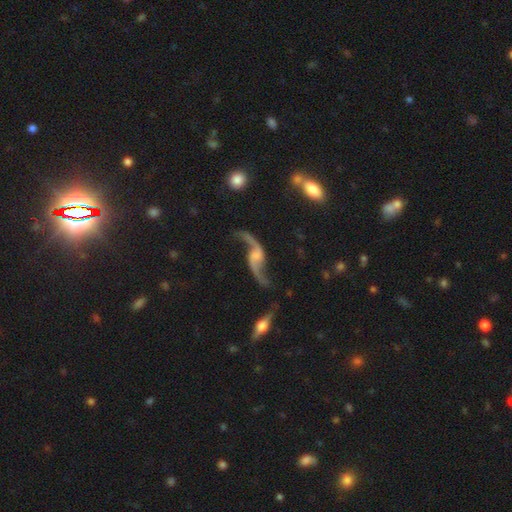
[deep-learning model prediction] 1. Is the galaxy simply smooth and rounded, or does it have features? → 91% featured or disk, 5% star or artifact, 4% smooth.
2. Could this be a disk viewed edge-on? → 94% no, 6% yes.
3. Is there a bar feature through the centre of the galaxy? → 55% no, 34% weak, 11% strong.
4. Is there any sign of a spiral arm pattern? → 97% yes, 3% no.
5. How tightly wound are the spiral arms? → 94% loose, 4% medium, 2% tight.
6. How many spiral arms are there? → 94% 2, 2% 1, 1% can't tell, 1% 3, 1% 4, 1% more than 4.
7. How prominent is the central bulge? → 37% none, 29% small, 22% moderate, 9% large, 3% dominant.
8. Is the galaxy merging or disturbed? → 73% none, 14% minor disturbance, 8% major disturbance, 4% merger.